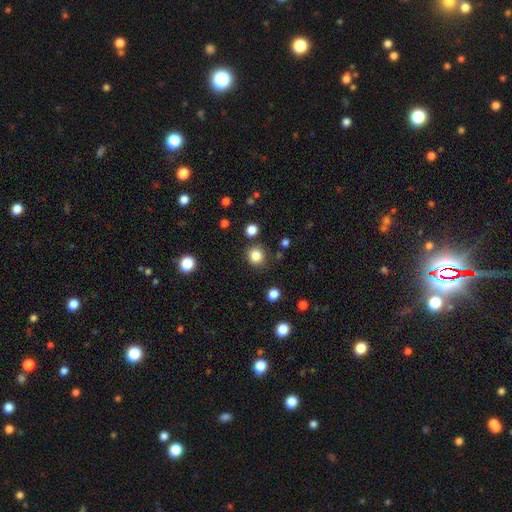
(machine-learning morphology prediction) type=smooth (84%); roundness=round (89%); merging=none (85%).